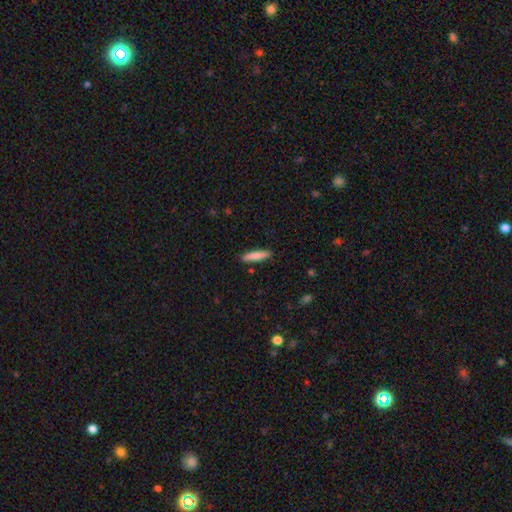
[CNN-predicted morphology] smooth 78%, featured or disk 16%, star or artifact 6%. Down the decision tree: how rounded — cigar-shaped (82%); merging — none (89%).